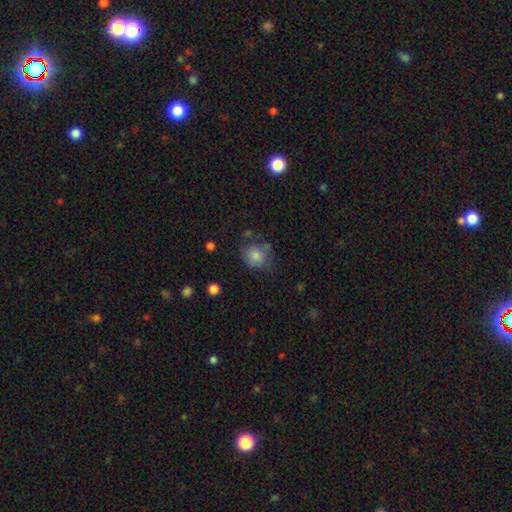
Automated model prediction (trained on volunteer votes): This is likely a smooth galaxy (80%). How rounded: likely round (72%). Merging: possibly none (58%).